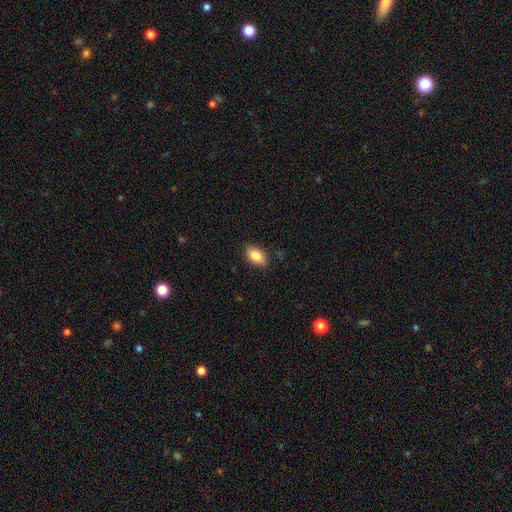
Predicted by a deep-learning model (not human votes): Smooth or featured?
  - smooth: 85% *
  - featured or disk: 8%
  - star or artifact: 7%
How rounded?
  - in between: 91% *
  - round: 7%
  - cigar-shaped: 3%
Merging?
  - none: 85% *
  - minor disturbance: 12%
  - major disturbance: 2%
  - merger: 1%